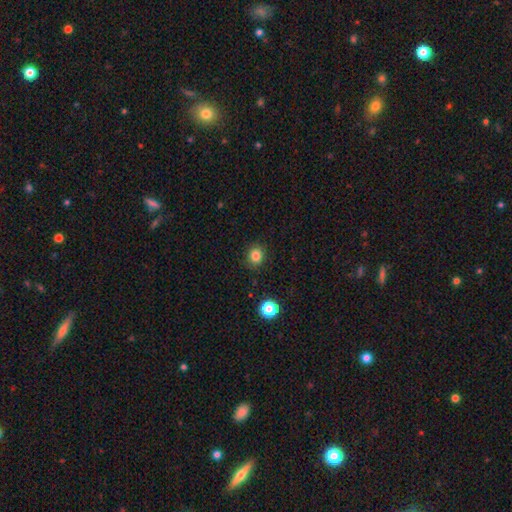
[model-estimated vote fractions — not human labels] Q: Smooth or featured?
A: smooth (83%); runner-up: star or artifact (12%)
Q: How rounded?
A: round (76%); runner-up: in between (23%)
Q: Merging?
A: none (89%); runner-up: minor disturbance (8%)